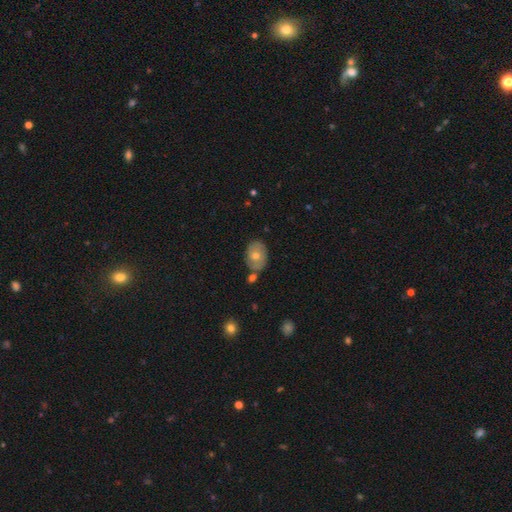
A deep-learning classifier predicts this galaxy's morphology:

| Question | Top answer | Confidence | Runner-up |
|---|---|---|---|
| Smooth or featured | smooth | 55% | featured or disk (35%) |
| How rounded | in between | 72% | round (26%) |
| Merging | none | 71% | minor disturbance (16%) |